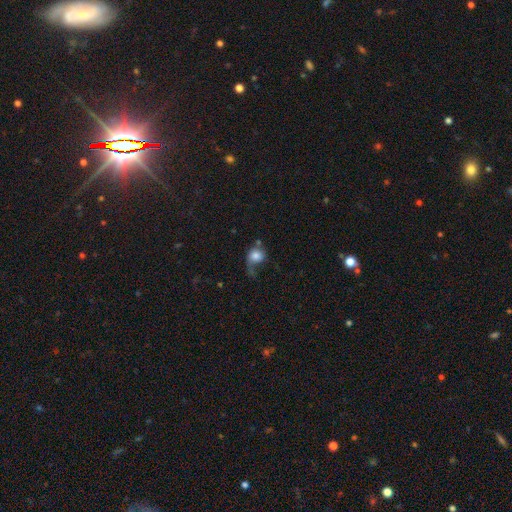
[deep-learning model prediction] Morphology: type=smooth (68%); roundness=round (70%); merging=major disturbance (42%).